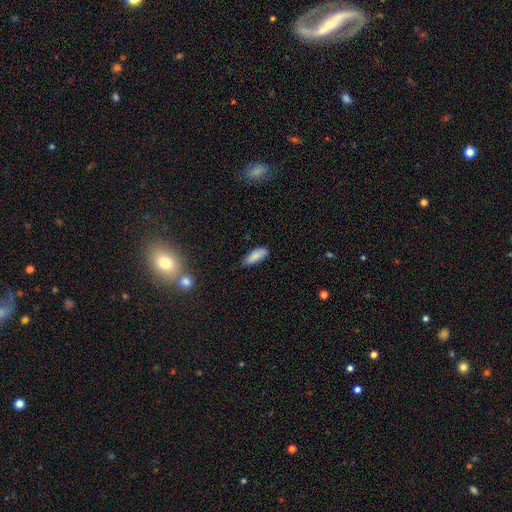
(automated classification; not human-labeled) smooth 86%, featured or disk 7%, star or artifact 7%. Down the decision tree: how rounded — in between (74%); merging — none (77%).